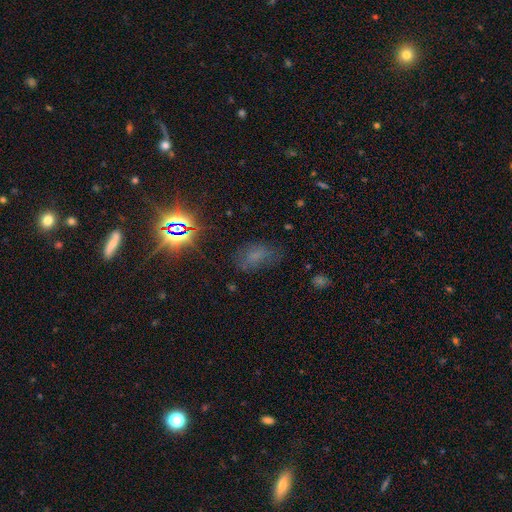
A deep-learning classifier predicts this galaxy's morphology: This is possibly a smooth galaxy (49%). Merging: possibly none (59%).